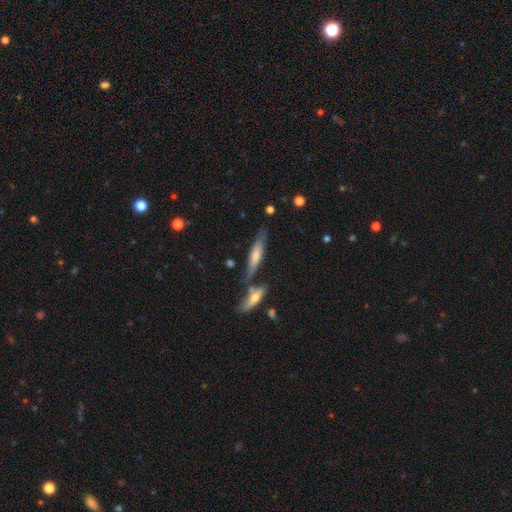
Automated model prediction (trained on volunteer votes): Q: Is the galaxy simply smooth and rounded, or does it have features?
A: smooth — 63%.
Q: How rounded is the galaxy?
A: cigar-shaped — 78%.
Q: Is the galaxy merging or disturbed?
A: none — 67%.